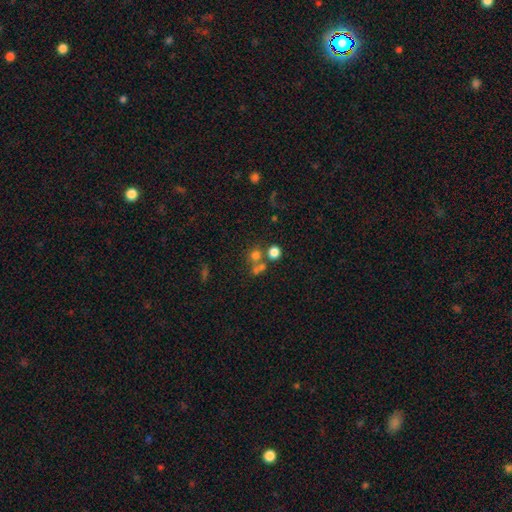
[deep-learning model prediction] smooth 67%, star or artifact 21%, featured or disk 13%. Down the decision tree: how rounded — round (87%); merging — none (55%).